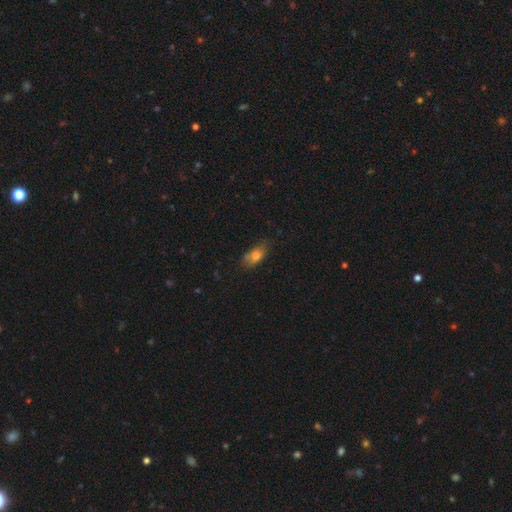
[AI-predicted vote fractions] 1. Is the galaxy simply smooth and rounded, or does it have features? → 70% smooth, 20% featured or disk, 10% star or artifact.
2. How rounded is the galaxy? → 81% in between, 14% cigar-shaped, 5% round.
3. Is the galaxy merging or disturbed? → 57% none, 28% minor disturbance, 9% major disturbance, 5% merger.